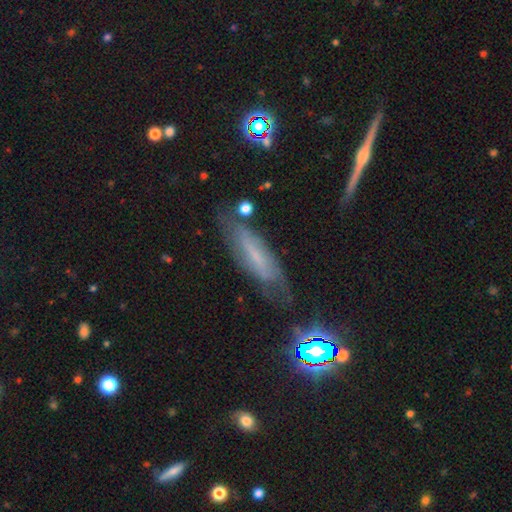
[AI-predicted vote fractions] smooth-or-featured: featured or disk: 49% | smooth: 36% | star or artifact: 15%
  merging: none: 68% | minor disturbance: 22% | major disturbance: 7% | merger: 3%